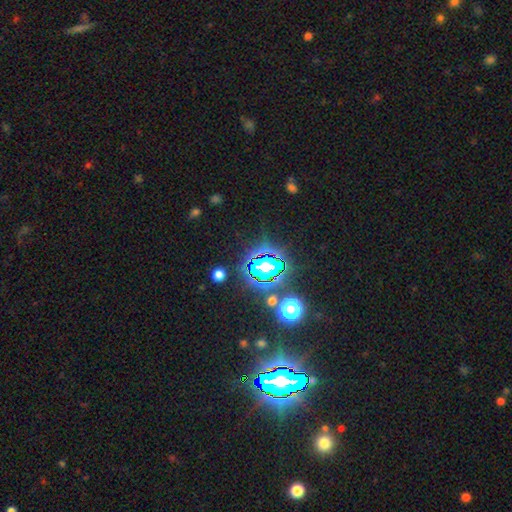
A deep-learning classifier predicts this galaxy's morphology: This is likely a star or artifact rather than a galaxy (71%).